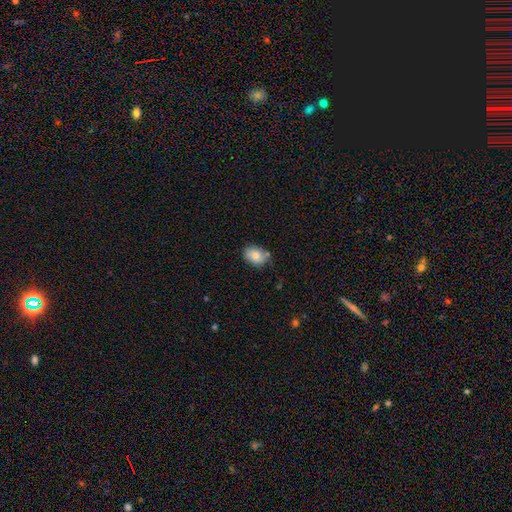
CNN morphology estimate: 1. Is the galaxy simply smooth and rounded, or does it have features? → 80% smooth, 12% featured or disk, 8% star or artifact.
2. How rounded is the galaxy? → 75% in between, 24% round, 1% cigar-shaped.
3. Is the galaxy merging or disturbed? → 74% none, 18% minor disturbance, 5% merger, 3% major disturbance.